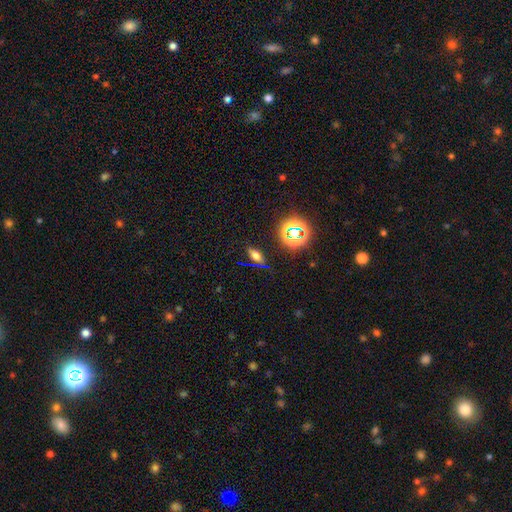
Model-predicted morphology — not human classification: smooth-or-featured: smooth: 55% | star or artifact: 25% | featured or disk: 20%
  how-rounded: in between: 72% | cigar-shaped: 18% | round: 11%
  merging: none: 85% | minor disturbance: 10% | major disturbance: 3% | merger: 2%